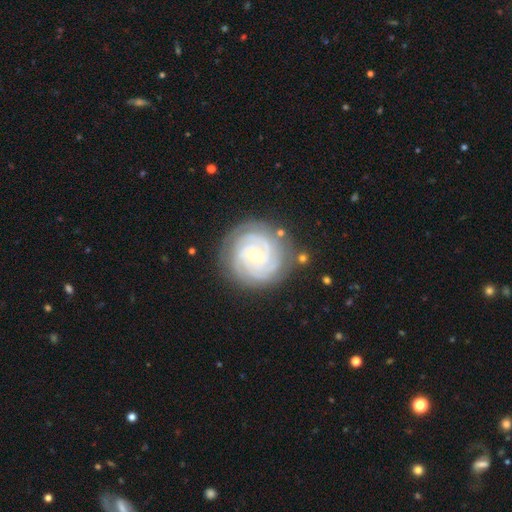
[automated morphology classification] type=featured or disk (88%); edge-on=no (98%); bar=no (51%); spiral arms=yes (98%); winding=tight (84%); arm count=3 (31%); bulge=moderate (55%); merging=none (83%).